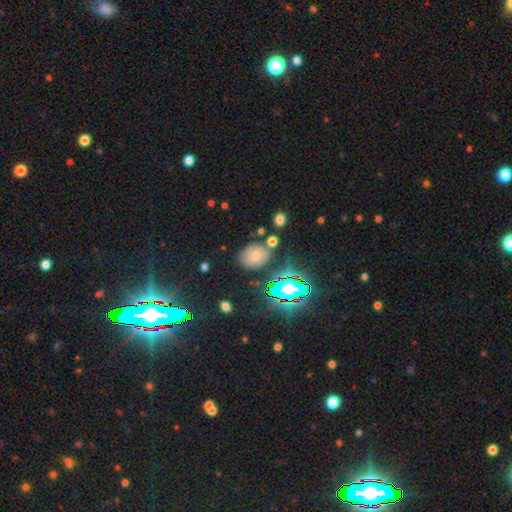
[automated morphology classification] smooth 57%, star or artifact 26%, featured or disk 17%. Down the decision tree: how rounded — in between (60%); merging — none (74%).